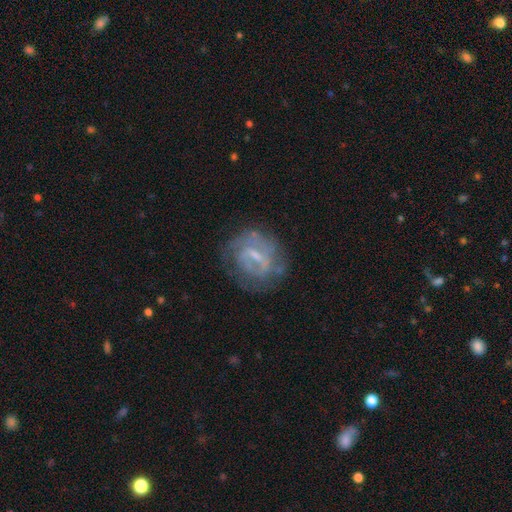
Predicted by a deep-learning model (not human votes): A featured or disk galaxy (73%) with a weak bar (51%), spiral arms (67%) and a small central bulge (52%).

Vote fractions:
- Smooth or featured? featured or disk: 73% / smooth: 18% / star or artifact: 9%
- Edge-on disk? no: 97% / yes: 3%
- Bar? weak: 51% / strong: 30% / no: 19%
- Spiral arms? yes: 67% / no: 33%
- Bulge size? small: 52% / moderate: 25% / none: 20% / large: 2% / dominant: 1%
- Merging? none: 63% / minor disturbance: 20% / major disturbance: 15% / merger: 2%